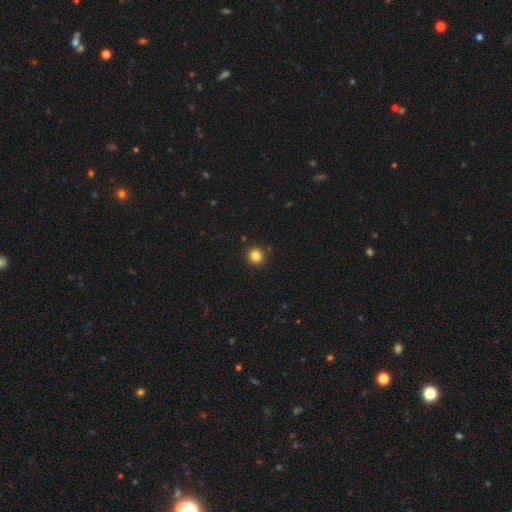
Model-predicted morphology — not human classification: Smooth or featured? Predicted: smooth (p=0.84). How rounded? Predicted: round (p=0.92). Merging? Predicted: none (p=0.91).